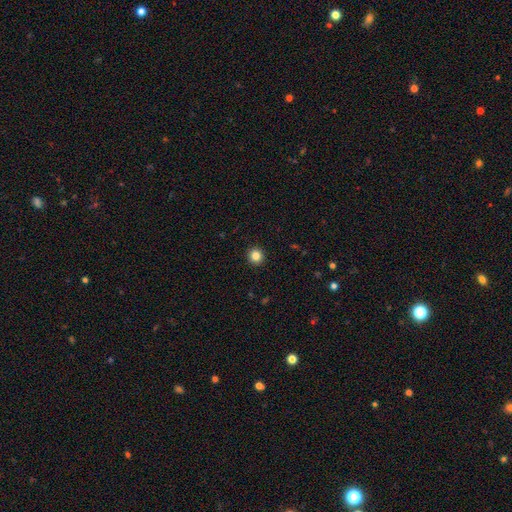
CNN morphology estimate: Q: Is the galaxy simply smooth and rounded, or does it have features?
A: smooth — 84%.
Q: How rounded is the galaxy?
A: round — 94%.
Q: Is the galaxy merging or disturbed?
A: none — 93%.